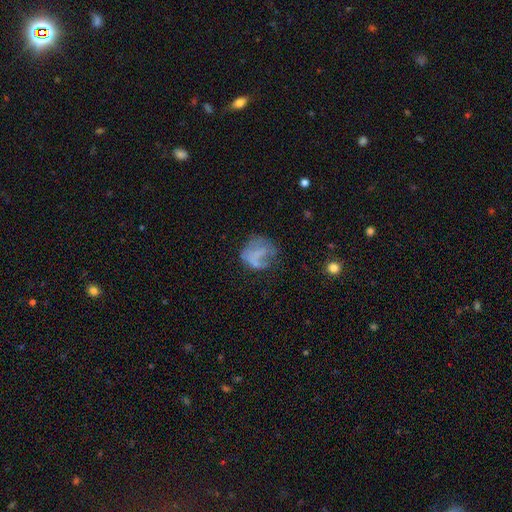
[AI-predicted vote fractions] Morphology: type=smooth (50%); merging=none (43%).